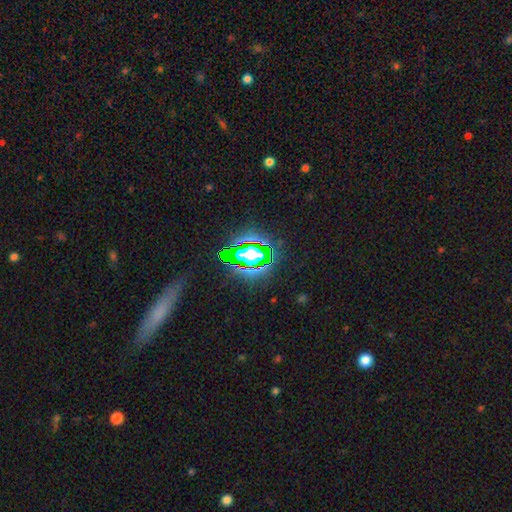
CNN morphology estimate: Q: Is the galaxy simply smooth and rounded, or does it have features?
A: star or artifact — 69%.